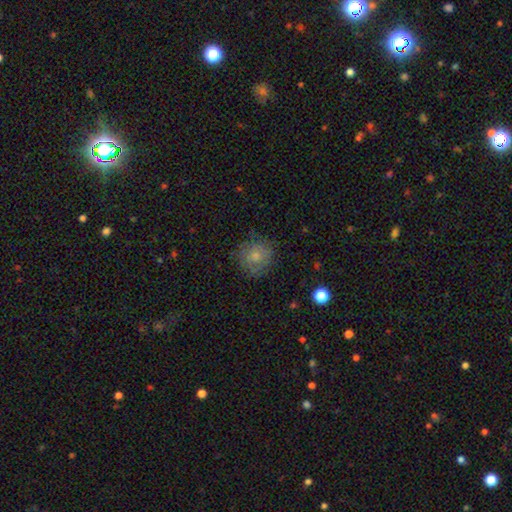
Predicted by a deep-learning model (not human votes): Q: Smooth or featured?
A: smooth (71%); runner-up: featured or disk (19%)
Q: How rounded?
A: round (88%); runner-up: in between (11%)
Q: Merging?
A: none (75%); runner-up: minor disturbance (17%)